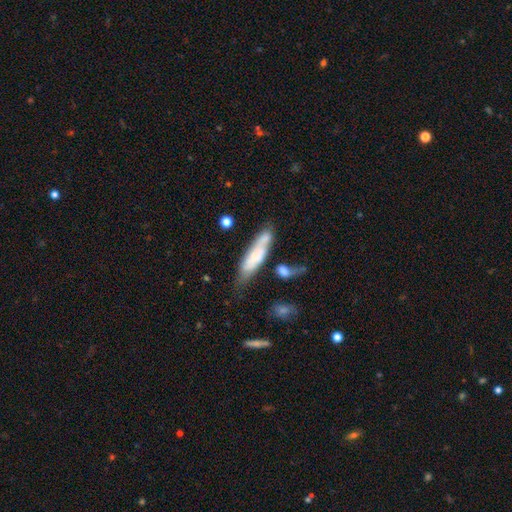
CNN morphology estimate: smooth 58%, featured or disk 35%, star or artifact 8%. Down the decision tree: how rounded — cigar-shaped (68%); merging — none (49%).